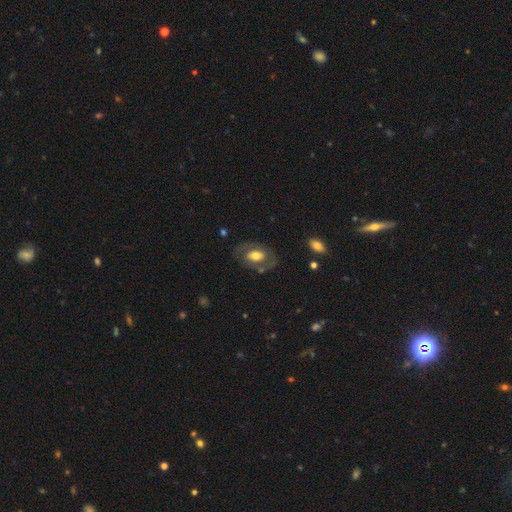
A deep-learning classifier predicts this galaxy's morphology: Q: Smooth or featured?
A: featured or disk (51%); runner-up: smooth (43%)
Q: Edge-on disk?
A: no (93%); runner-up: yes (7%)
Q: Merging?
A: none (71%); runner-up: minor disturbance (15%)